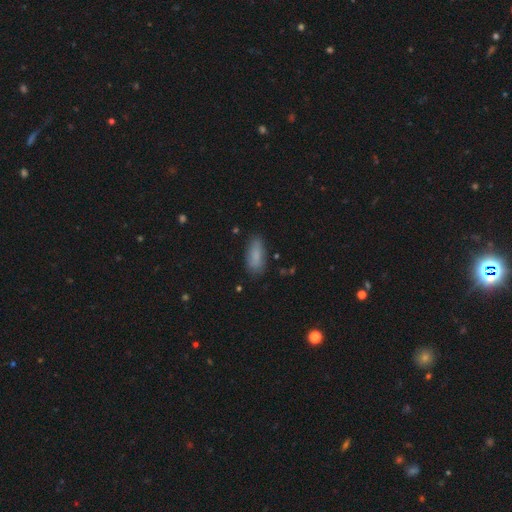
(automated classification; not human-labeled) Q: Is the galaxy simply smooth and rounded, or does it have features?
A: smooth — 84%.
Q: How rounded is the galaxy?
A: in between — 77%.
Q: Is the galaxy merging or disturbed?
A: none — 77%.